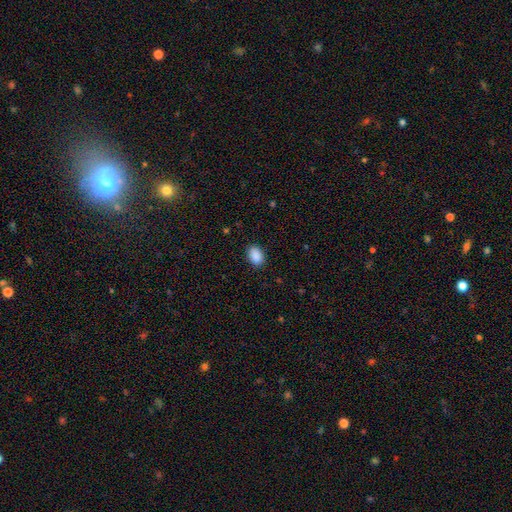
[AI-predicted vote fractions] Overall: smooth (90%). How rounded: in between (84%). Merging: none (88%).